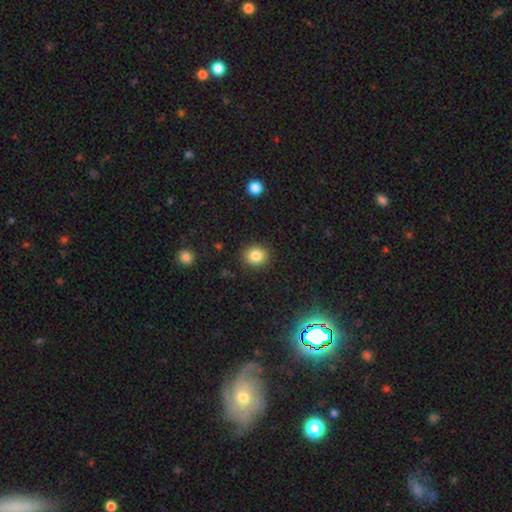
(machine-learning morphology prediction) Smooth or featured? smooth (83%)
How rounded? round (79%)
Merging? none (90%)